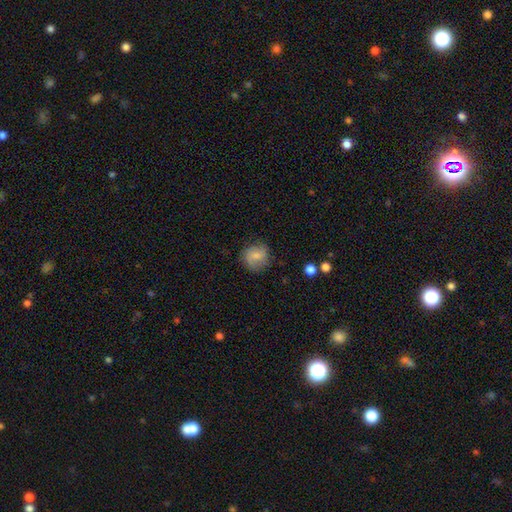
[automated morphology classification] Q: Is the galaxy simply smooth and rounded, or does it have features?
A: smooth — 70%.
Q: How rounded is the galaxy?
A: round — 83%.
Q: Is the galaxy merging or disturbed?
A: none — 74%.